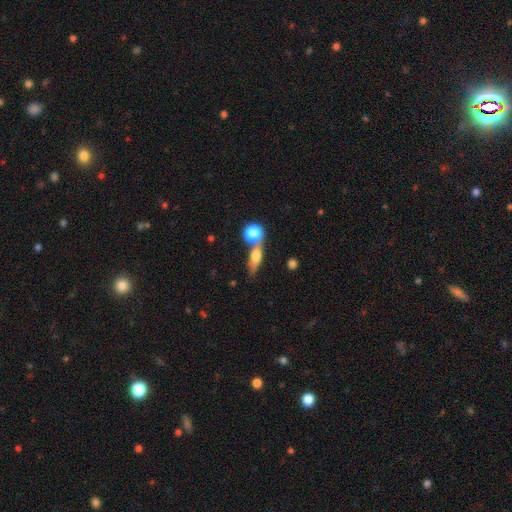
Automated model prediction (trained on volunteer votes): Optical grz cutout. It shows a smooth galaxy with no disk features (57%) that is cigar-shaped (39%, tied with in between). Merging: none (51%).